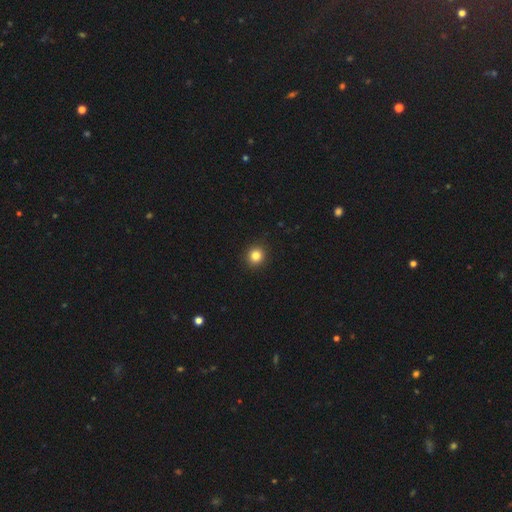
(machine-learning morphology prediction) smooth_or_featured: smooth (p=0.84) [alt: star or artifact p=0.11]
how_rounded: round (p=0.89) [alt: in between p=0.10]
merging: none (p=0.92) [alt: minor disturbance p=0.05]